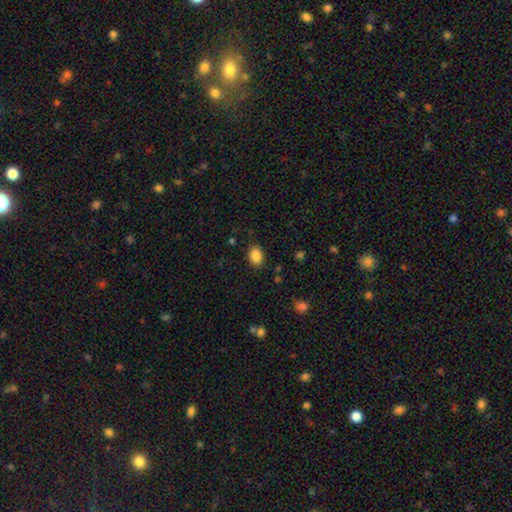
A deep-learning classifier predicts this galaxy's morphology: type=smooth (87%); roundness=in between (71%); merging=none (85%).